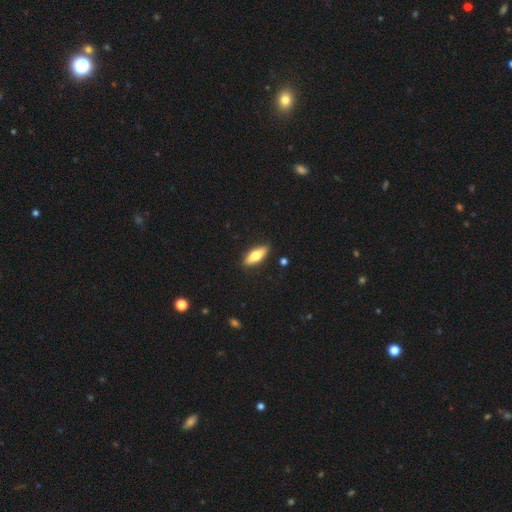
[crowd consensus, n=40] This appears to be a smooth galaxy with no disk features (57%) that is in between round and cigar-shaped (65%). Merging: none (95%).